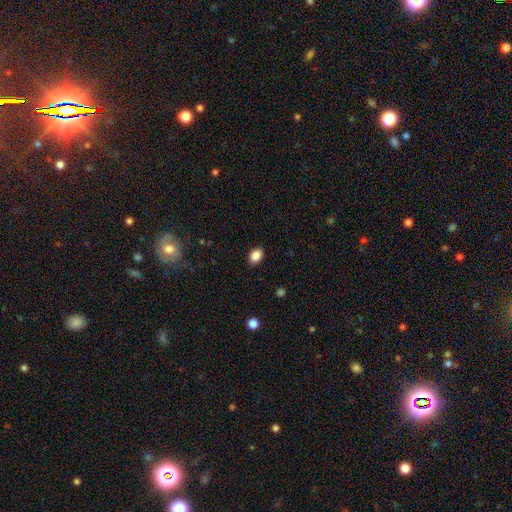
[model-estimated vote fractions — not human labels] Q: Smooth or featured?
A: smooth (87%); runner-up: star or artifact (9%)
Q: How rounded?
A: in between (79%); runner-up: round (20%)
Q: Merging?
A: none (89%); runner-up: minor disturbance (8%)